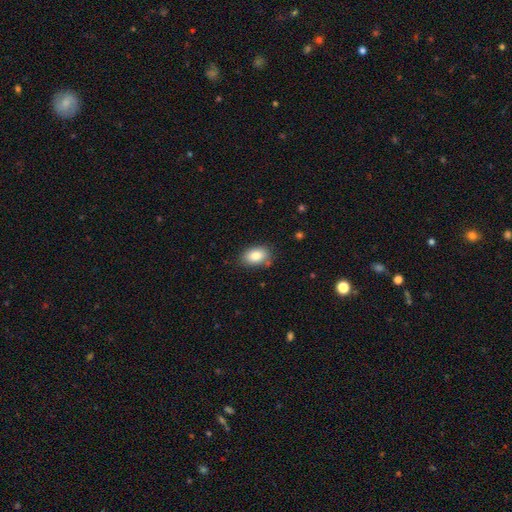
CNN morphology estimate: Smooth or featured?
  - smooth: 85% *
  - star or artifact: 8%
  - featured or disk: 7%
How rounded?
  - in between: 85% *
  - round: 14%
  - cigar-shaped: 1%
Merging?
  - none: 80% *
  - minor disturbance: 15%
  - major disturbance: 3%
  - merger: 2%